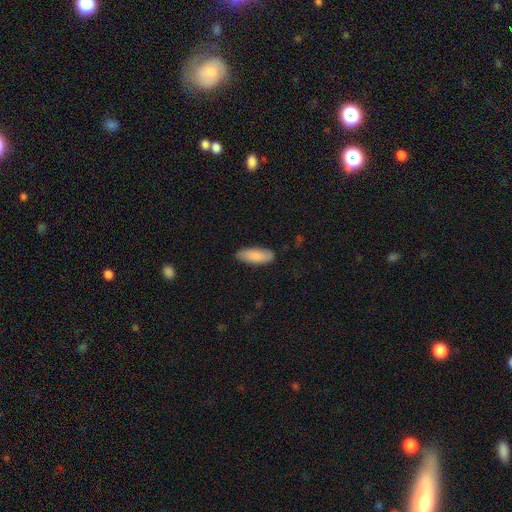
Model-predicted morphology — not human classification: The model was most divided on "how rounded": in between: 73%, cigar-shaped: 25%, round: 2%. More confident: smooth or featured — smooth (86%); merging — none (84%).